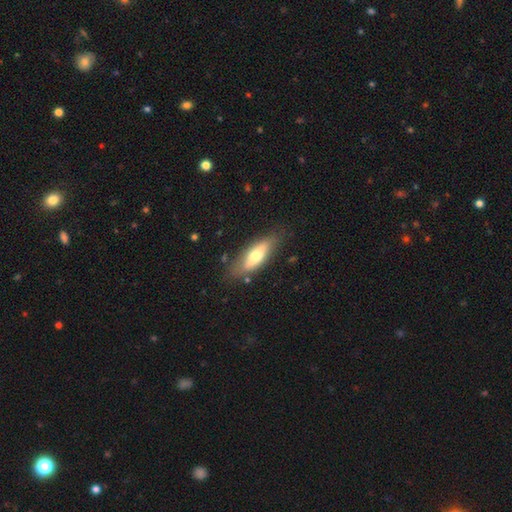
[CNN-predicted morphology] smooth_or_featured: smooth (p=0.61) [alt: featured or disk p=0.33]
how_rounded: in between (p=0.64) [alt: cigar-shaped p=0.34]
merging: none (p=0.74) [alt: minor disturbance p=0.18]